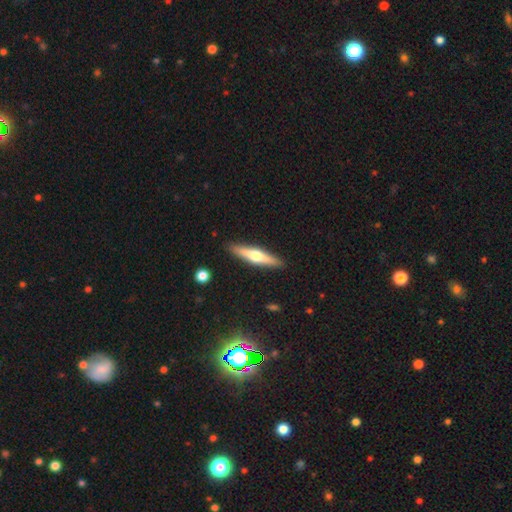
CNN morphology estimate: This is possibly a featured or disk galaxy (58%). It is clearly viewed edge-on (95%). Edge-on bulge: clearly rounded (93%). Merging: clearly none (90%).